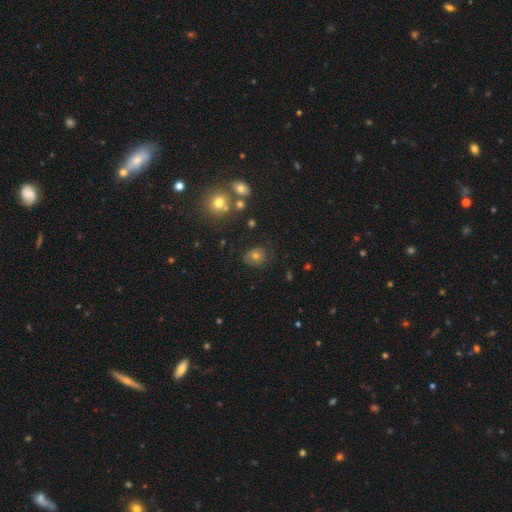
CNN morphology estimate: This appears to be a smooth galaxy with no disk features (61%) that is round (64%). Merging: none (72%).